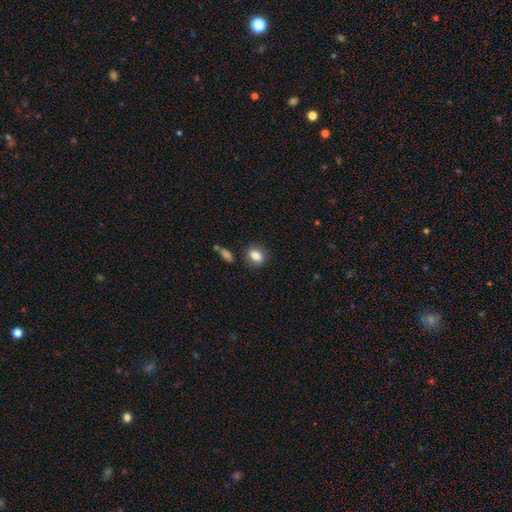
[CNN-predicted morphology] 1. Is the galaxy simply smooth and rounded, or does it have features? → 82% smooth, 10% featured or disk, 9% star or artifact.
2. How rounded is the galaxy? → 64% in between, 33% round, 2% cigar-shaped.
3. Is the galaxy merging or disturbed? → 79% none, 13% minor disturbance, 4% merger, 4% major disturbance.